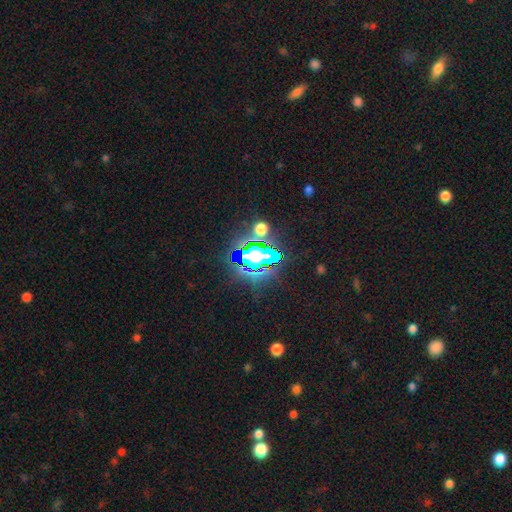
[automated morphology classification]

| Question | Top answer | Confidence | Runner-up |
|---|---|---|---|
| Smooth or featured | star or artifact | 65% | smooth (21%) |